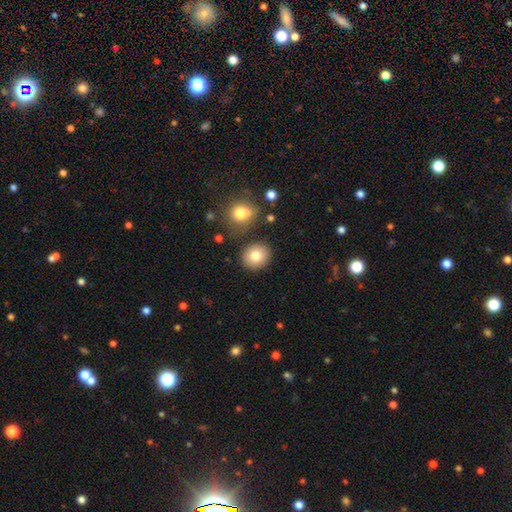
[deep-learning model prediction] The model was most divided on "how rounded": round: 76%, in between: 23%, cigar-shaped: 1%. More confident: merging — none (84%); smooth or featured — smooth (80%).